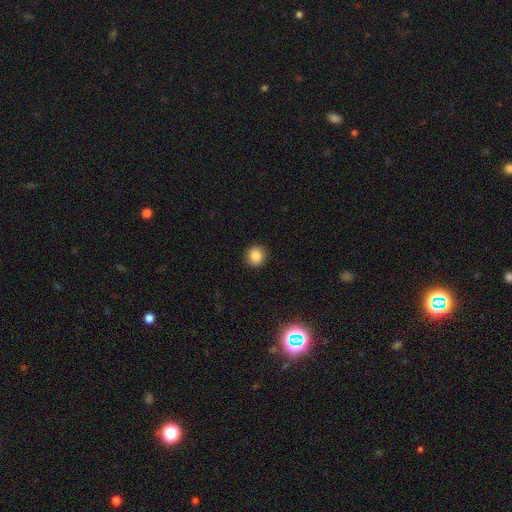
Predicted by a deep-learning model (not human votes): Smooth or featured: smooth — 85% (star or artifact — 9%)
How rounded: round — 88% (in between — 11%)
Merging: none — 90% (minor disturbance — 7%)